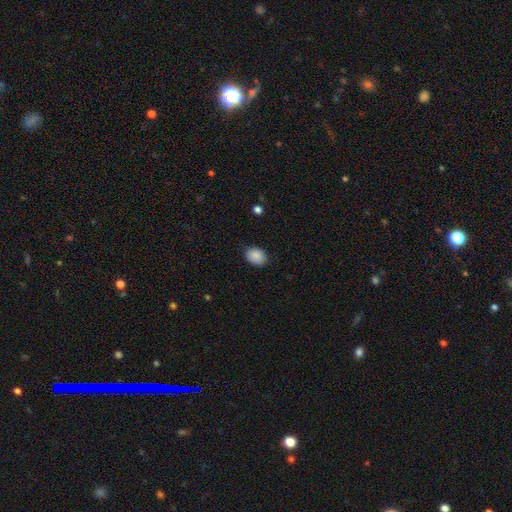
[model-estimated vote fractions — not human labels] Smooth or featured: smooth — 88% (star or artifact — 8%)
How rounded: in between — 65% (round — 34%)
Merging: none — 85% (minor disturbance — 12%)